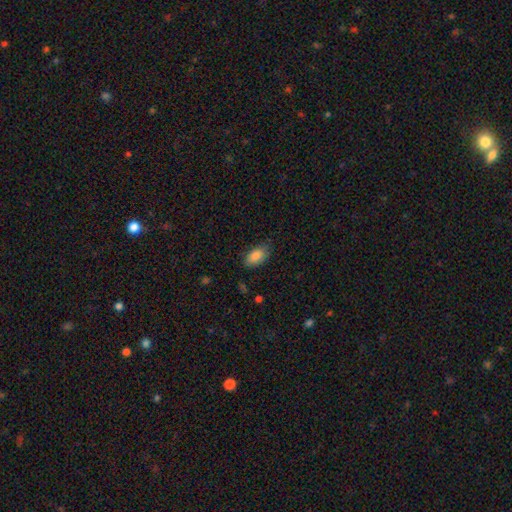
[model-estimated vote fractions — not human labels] smooth_or_featured: smooth (p=0.87) [alt: star or artifact p=0.07]
how_rounded: in between (p=0.93) [alt: round p=0.05]
merging: none (p=0.77) [alt: minor disturbance p=0.18]